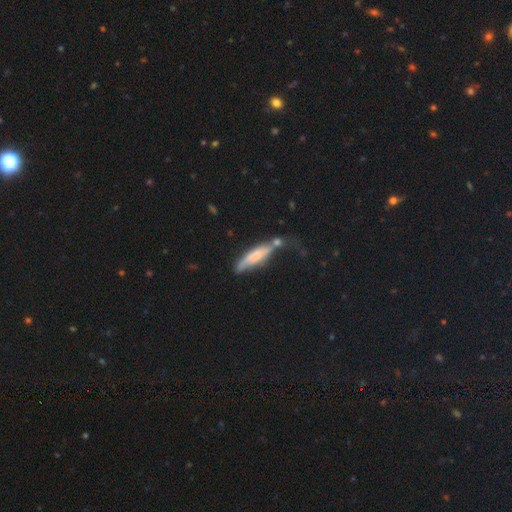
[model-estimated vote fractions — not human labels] A smooth galaxy with no disk features (59%) that is cigar-shaped (72%). Merging: none (34%).